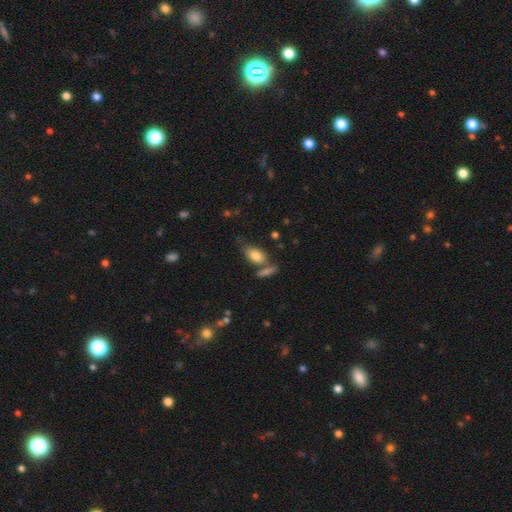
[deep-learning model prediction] A smooth galaxy with no disk features (81%) that is in between round and cigar-shaped (88%). Merging: none (58%).